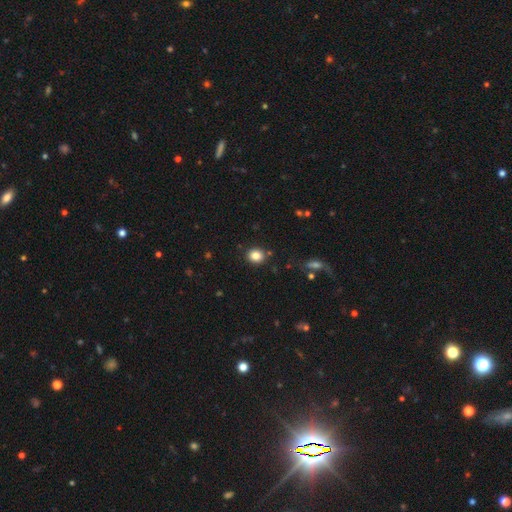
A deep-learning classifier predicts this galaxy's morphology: type=smooth (84%); roundness=round (73%); merging=none (89%).